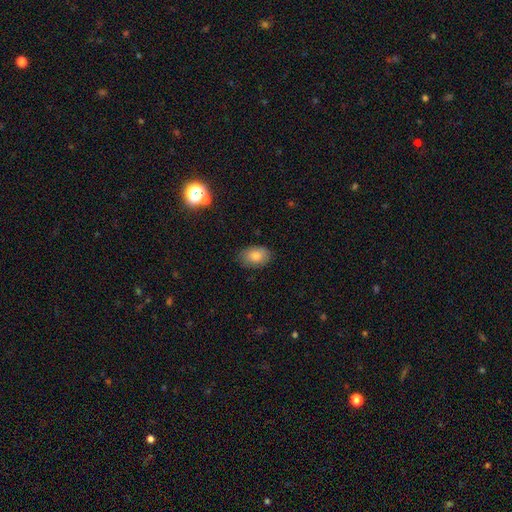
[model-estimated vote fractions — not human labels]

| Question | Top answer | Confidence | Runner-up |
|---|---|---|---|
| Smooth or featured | smooth | 83% | featured or disk (9%) |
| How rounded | in between | 85% | round (13%) |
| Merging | none | 82% | minor disturbance (14%) |